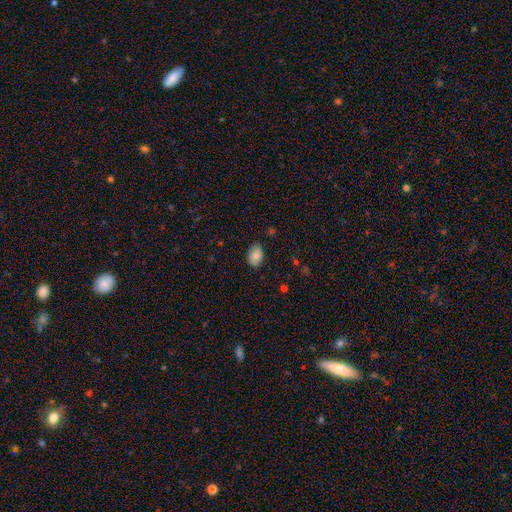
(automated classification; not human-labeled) Smooth or featured? Predicted: smooth (p=0.82). How rounded? Predicted: in between (p=0.86). Merging? Predicted: none (p=0.80).